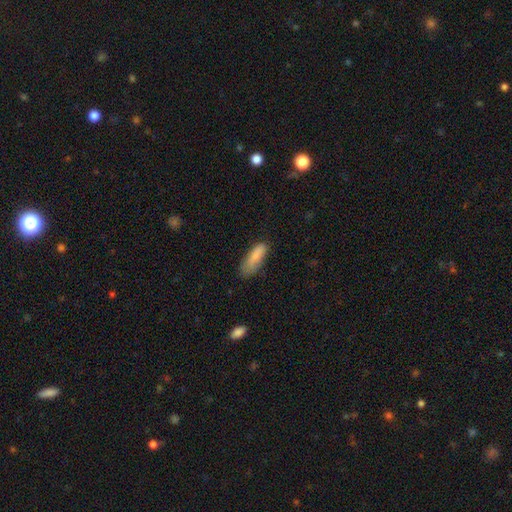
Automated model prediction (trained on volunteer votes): This is clearly a smooth galaxy (85%). How rounded: possibly in between (59%). Merging: possibly none (57%).